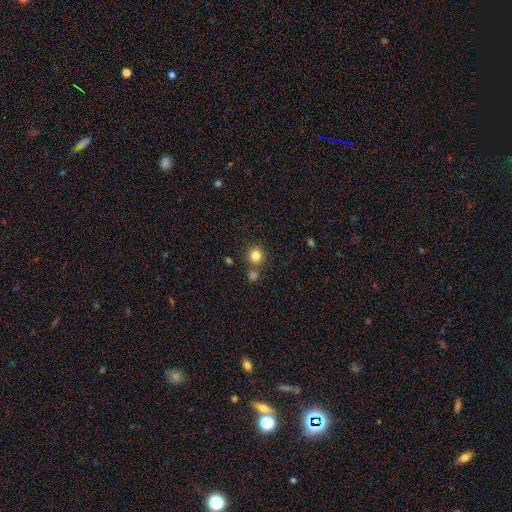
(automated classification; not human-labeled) Overall: smooth (82%). How rounded: round (90%). Merging: none (75%).